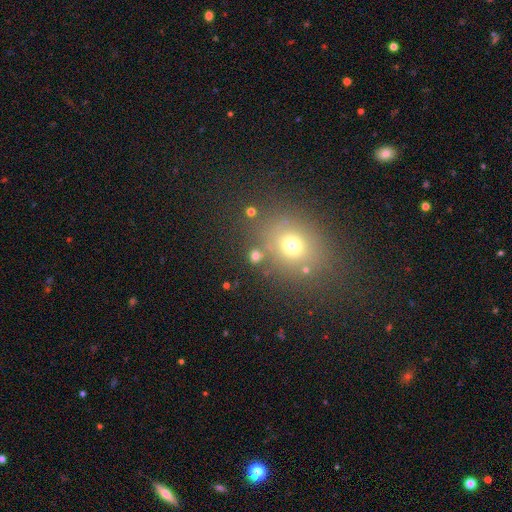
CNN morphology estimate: Overall: smooth (69%). How rounded: round (71%). Merging: none (75%).